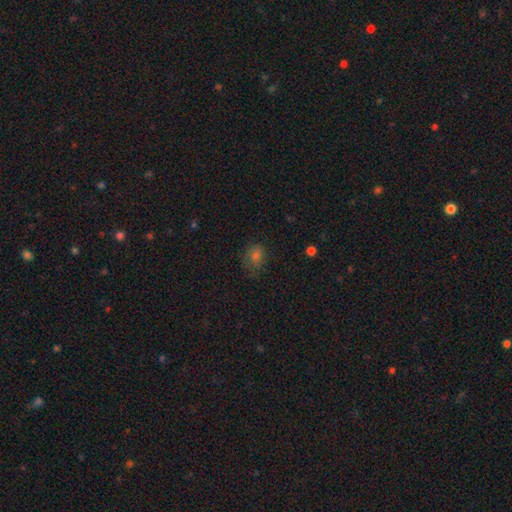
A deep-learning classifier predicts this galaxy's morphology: A smooth galaxy with no disk features (71%) that is round (56%). Merging: none (68%).